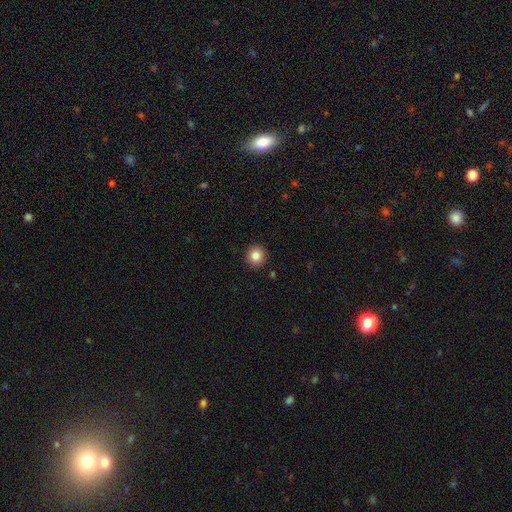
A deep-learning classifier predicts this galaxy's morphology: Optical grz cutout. It shows a smooth galaxy with no disk features (85%) that is round (94%). Merging: none (92%).